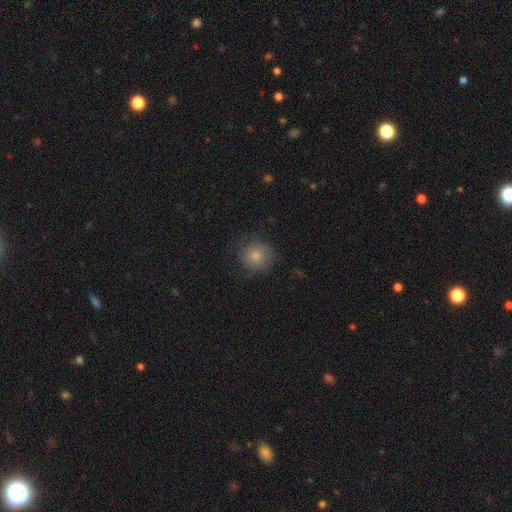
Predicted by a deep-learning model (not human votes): This is likely a smooth galaxy (76%). How rounded: clearly round (91%). Merging: likely none (73%).